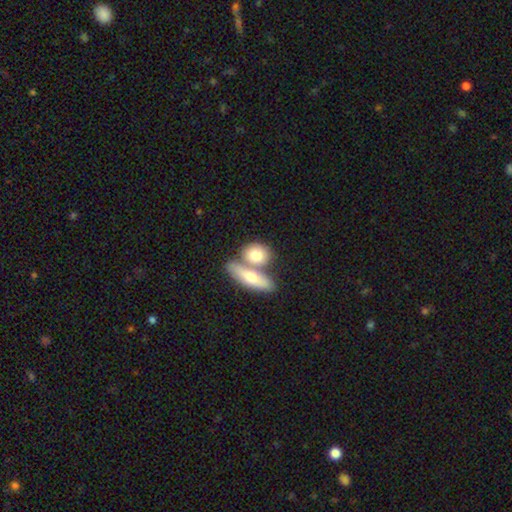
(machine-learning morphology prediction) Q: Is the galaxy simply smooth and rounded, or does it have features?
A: smooth — 73%.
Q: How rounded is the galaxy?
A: in between — 61%.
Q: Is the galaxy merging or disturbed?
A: merger — 47%.